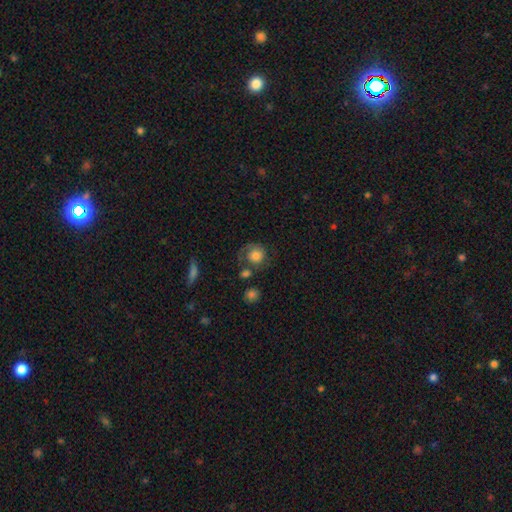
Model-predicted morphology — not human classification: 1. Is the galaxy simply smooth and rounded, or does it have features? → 65% smooth, 26% featured or disk, 9% star or artifact.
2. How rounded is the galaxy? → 83% round, 16% in between, 1% cigar-shaped.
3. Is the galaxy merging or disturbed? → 48% none, 21% major disturbance, 20% minor disturbance, 11% merger.